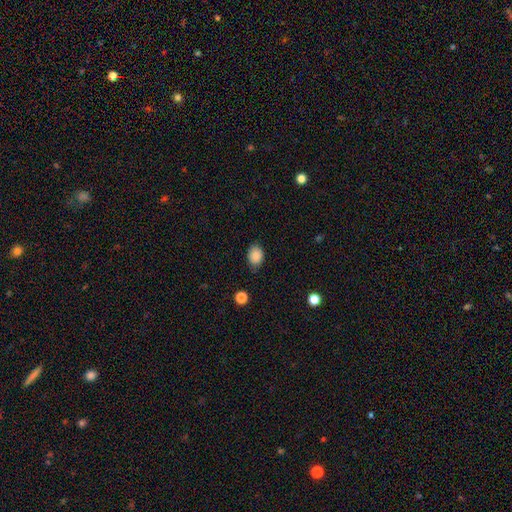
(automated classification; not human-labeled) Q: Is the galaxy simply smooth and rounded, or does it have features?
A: smooth — 87%.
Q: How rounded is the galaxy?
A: in between — 70%.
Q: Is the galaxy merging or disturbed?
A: none — 78%.